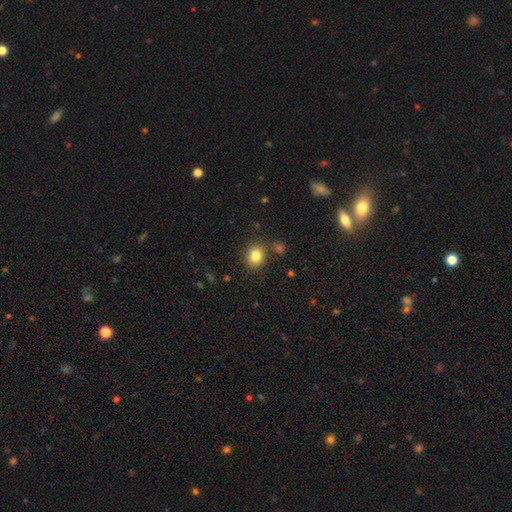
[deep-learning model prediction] Smooth or featured? smooth (82%)
How rounded? round (74%)
Merging? none (82%)